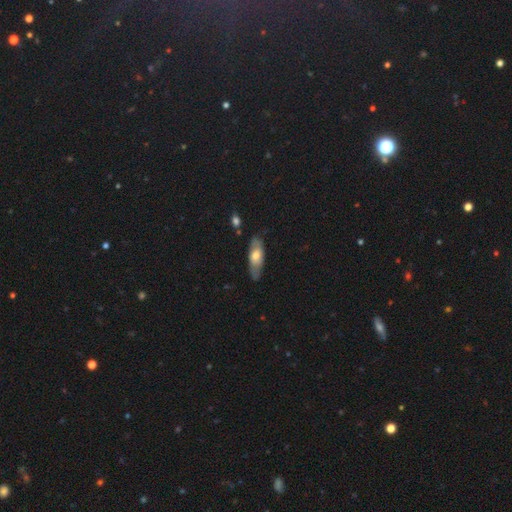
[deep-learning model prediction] Smooth or featured: smooth — 54% (featured or disk — 41%)
How rounded: in between — 69% (cigar-shaped — 29%)
Merging: none — 74% (minor disturbance — 19%)